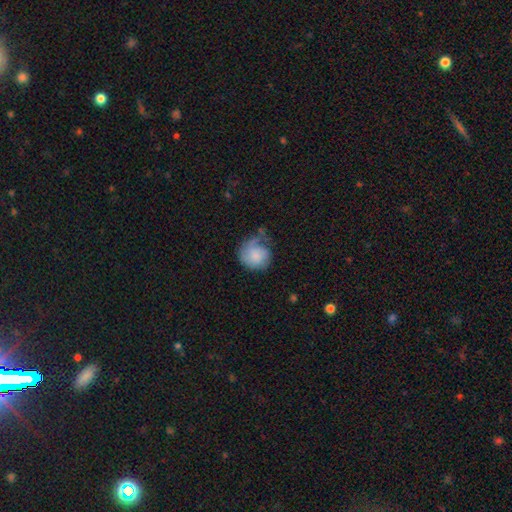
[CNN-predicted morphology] Smooth or featured? Predicted: smooth (p=0.66). How rounded? Predicted: round (p=0.80). Merging? Predicted: none (p=0.35).